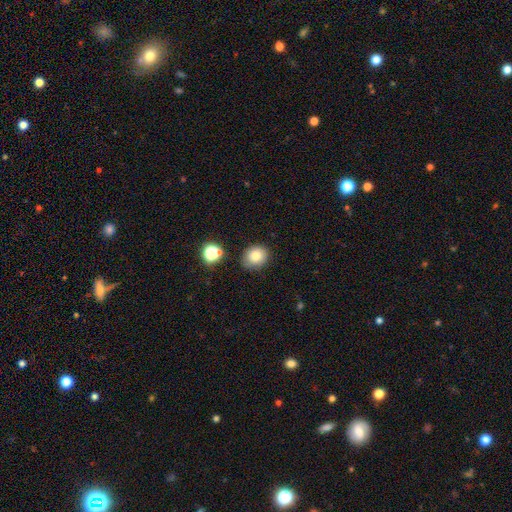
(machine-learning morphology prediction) Q: Smooth or featured?
A: smooth (80%); runner-up: star or artifact (12%)
Q: How rounded?
A: round (72%); runner-up: in between (28%)
Q: Merging?
A: none (82%); runner-up: minor disturbance (13%)